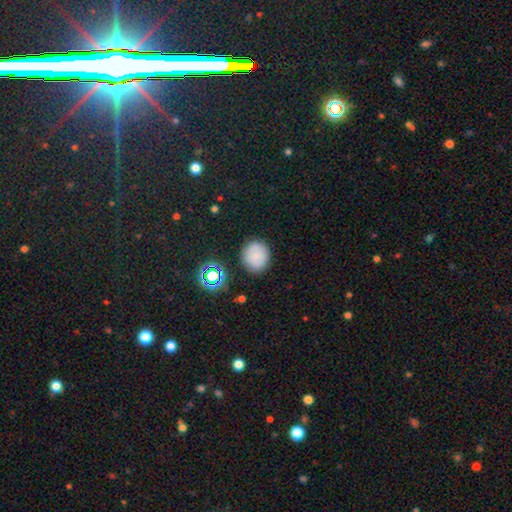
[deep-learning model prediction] A smooth galaxy with no disk features (75%) that is round (79%).

Vote fractions:
- Smooth or featured? smooth: 75% / star or artifact: 14% / featured or disk: 11%
- How rounded? round: 79% / in between: 20% / cigar-shaped: 1%
- Merging? none: 85% / minor disturbance: 10% / major disturbance: 3% / merger: 2%